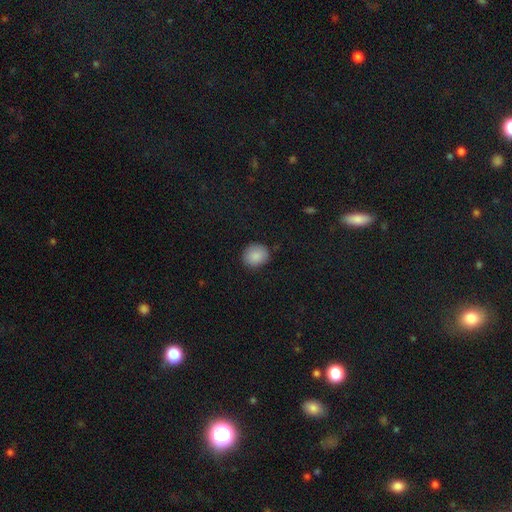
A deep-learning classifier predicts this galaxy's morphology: The model was most divided on "how rounded": round: 73%, in between: 26%, cigar-shaped: 1%. More confident: smooth or featured — smooth (88%); merging — none (85%).